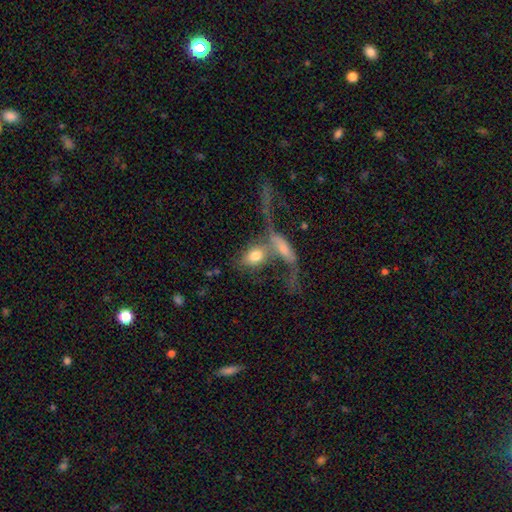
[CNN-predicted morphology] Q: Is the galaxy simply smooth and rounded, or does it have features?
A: smooth — 64%.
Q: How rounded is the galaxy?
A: in between — 75%.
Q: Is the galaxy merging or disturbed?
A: merger — 56%.